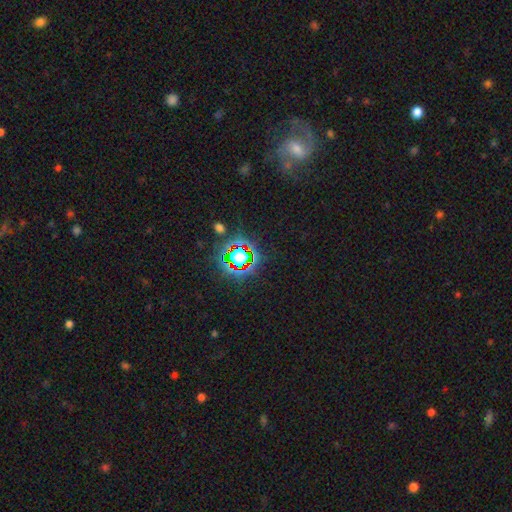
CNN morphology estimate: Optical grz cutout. It shows a star or artifact, not a galaxy (65%).